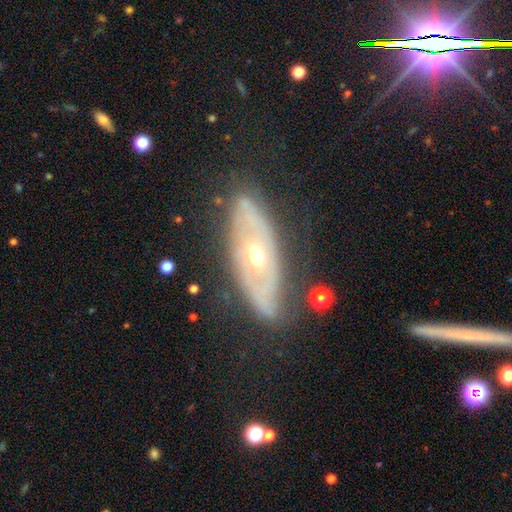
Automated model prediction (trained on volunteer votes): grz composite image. It shows a featured or disk galaxy (72%) with no bar (82%), no spiral arms (59%) and a moderate central bulge (71%). Merging: none (79%).